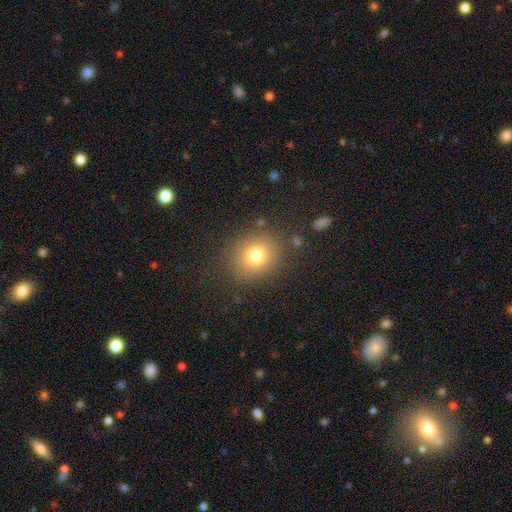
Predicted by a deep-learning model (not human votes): Smooth or featured? smooth (75%)
How rounded? round (75%)
Merging? none (84%)